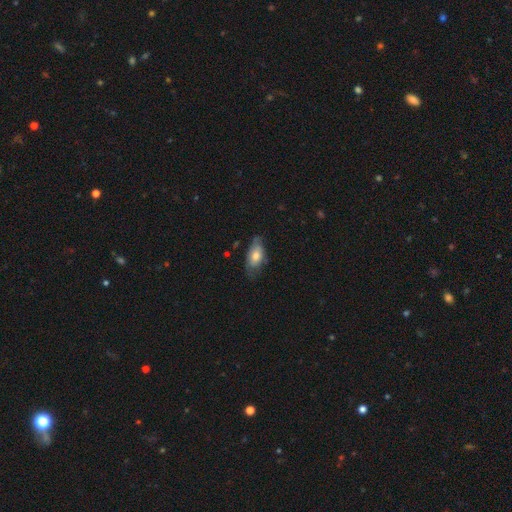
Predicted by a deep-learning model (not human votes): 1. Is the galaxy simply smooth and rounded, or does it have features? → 62% smooth, 32% featured or disk, 7% star or artifact.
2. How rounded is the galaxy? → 88% in between, 9% cigar-shaped, 3% round.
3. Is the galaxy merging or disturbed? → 63% none, 28% minor disturbance, 7% major disturbance, 2% merger.